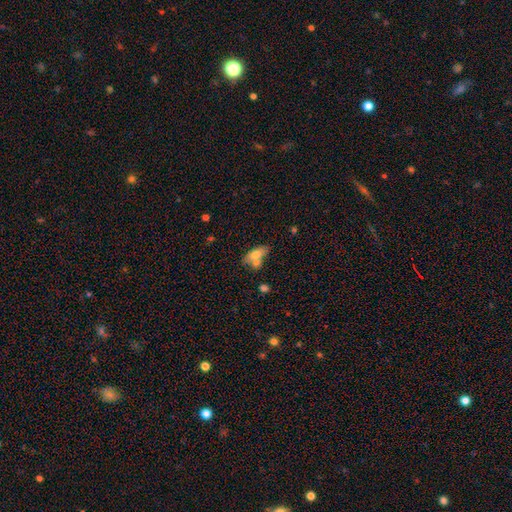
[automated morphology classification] Q: Smooth or featured?
A: smooth (68%); runner-up: featured or disk (25%)
Q: How rounded?
A: in between (73%); runner-up: cigar-shaped (23%)
Q: Merging?
A: none (47%); runner-up: merger (34%)